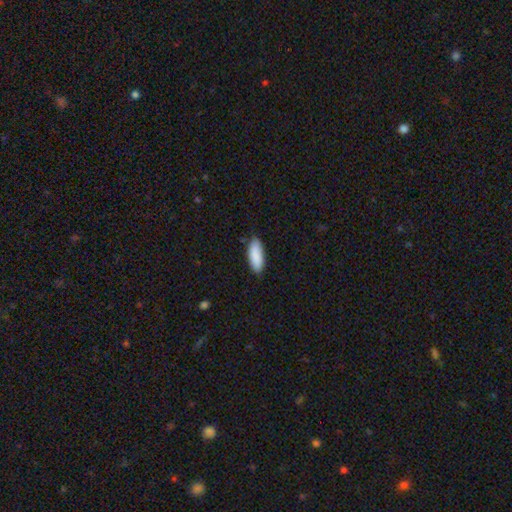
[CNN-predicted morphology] Q: Smooth or featured?
A: smooth (89%); runner-up: star or artifact (6%)
Q: How rounded?
A: in between (74%); runner-up: cigar-shaped (24%)
Q: Merging?
A: none (82%); runner-up: minor disturbance (15%)